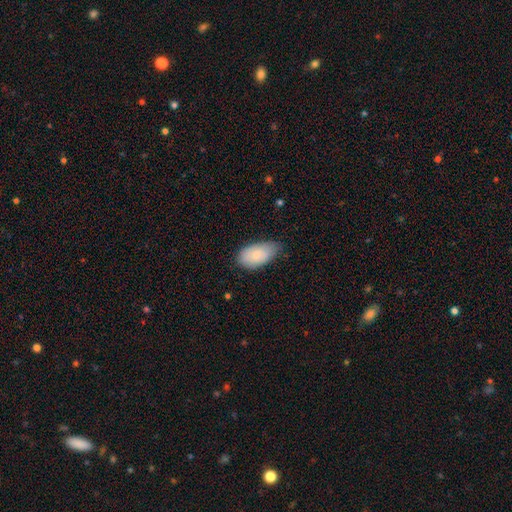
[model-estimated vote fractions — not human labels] Morphology: type=smooth (81%); roundness=in between (94%); merging=none (61%).